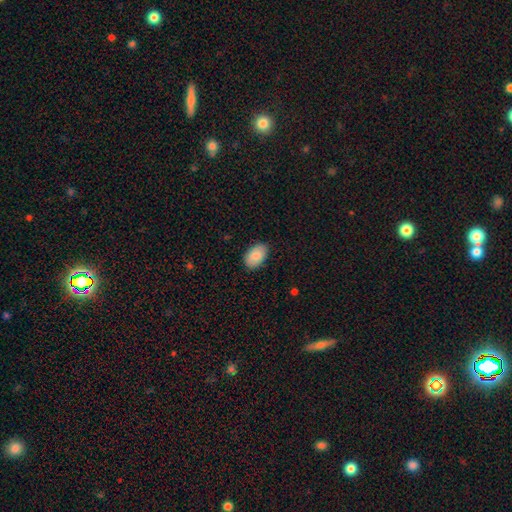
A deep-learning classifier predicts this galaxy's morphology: Overall: smooth (86%). How rounded: in between (92%). Merging: none (86%).